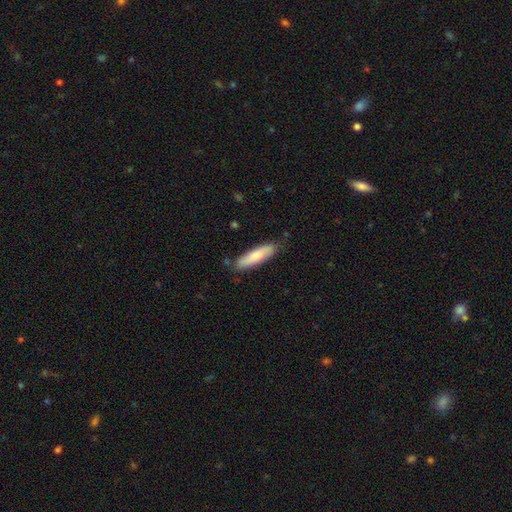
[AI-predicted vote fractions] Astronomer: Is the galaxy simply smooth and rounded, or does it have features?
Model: smooth — 80%.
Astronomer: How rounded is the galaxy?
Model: cigar-shaped — 71%.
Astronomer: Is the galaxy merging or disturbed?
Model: none — 82%.